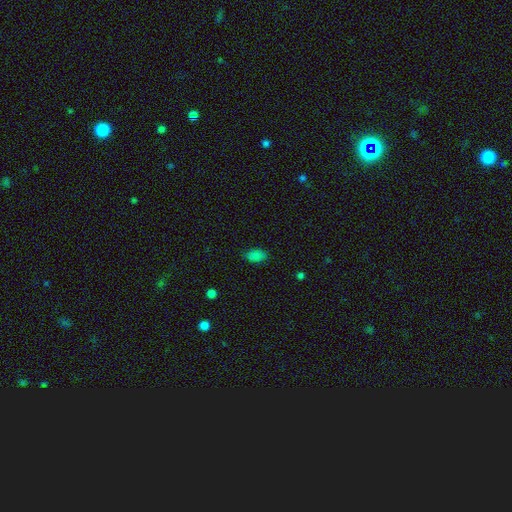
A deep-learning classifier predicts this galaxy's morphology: Smooth or featured? smooth (82%)
How rounded? in between (91%)
Merging? none (79%)